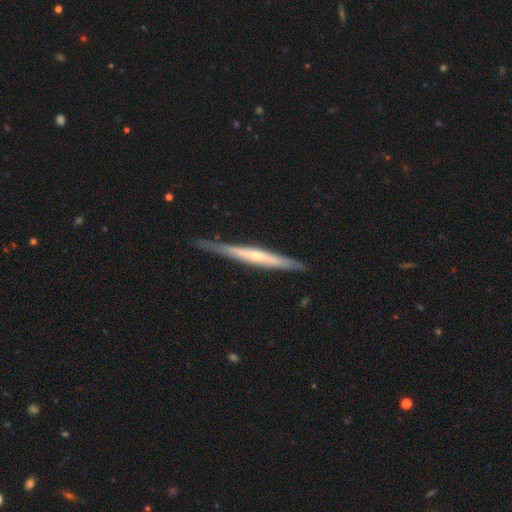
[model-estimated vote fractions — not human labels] The model was most divided on "edge-on bulge": none: 54%, rounded: 37%, boxy: 9%. More confident: edge-on disk — yes (95%); merging — none (82%); smooth or featured — featured or disk (61%).